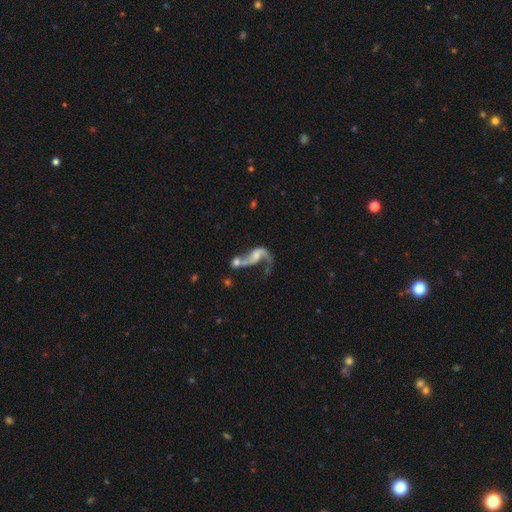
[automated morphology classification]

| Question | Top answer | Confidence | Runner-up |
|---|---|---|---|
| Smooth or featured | featured or disk | 76% | smooth (16%) |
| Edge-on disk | no | 95% | yes (5%) |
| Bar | no | 54% | weak (35%) |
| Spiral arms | yes | 84% | no (16%) |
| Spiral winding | loose | 84% | medium (13%) |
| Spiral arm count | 2 | 74% | 1 (19%) |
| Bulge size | small | 37% | moderate (29%) |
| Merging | merger | 49% | none (23%) |